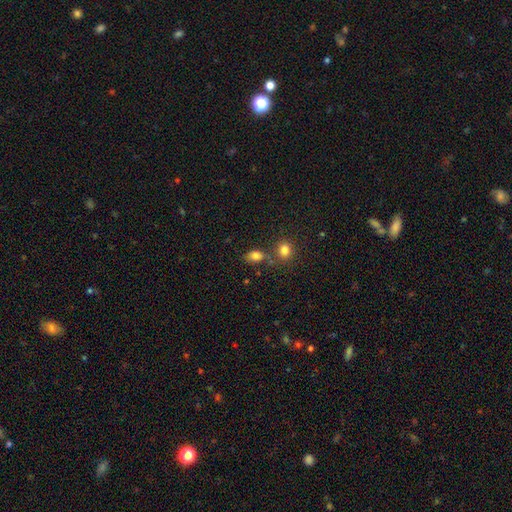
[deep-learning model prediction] This appears to be a smooth galaxy with no disk features (81%) that is in between round and cigar-shaped (75%). Merging: none (62%).